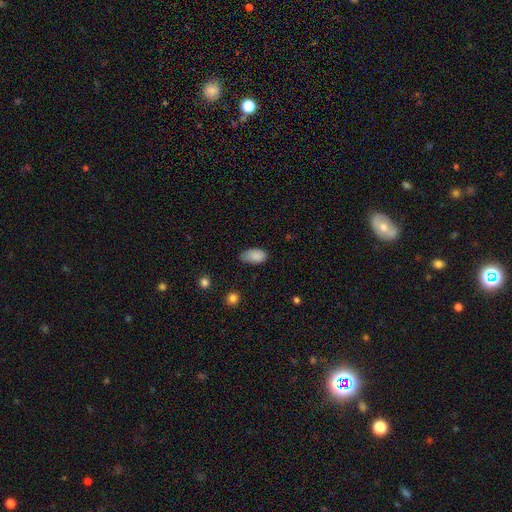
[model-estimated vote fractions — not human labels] This appears to be a smooth galaxy with no disk features (87%) that is in between round and cigar-shaped (93%). Merging: none (61%).